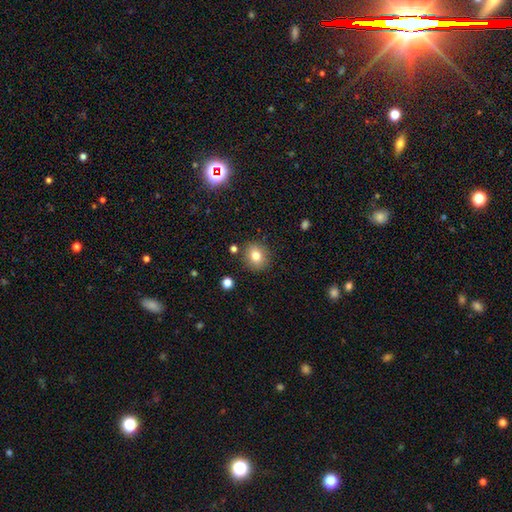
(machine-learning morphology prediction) Smooth or featured?
  - smooth: 79% *
  - star or artifact: 11%
  - featured or disk: 10%
How rounded?
  - round: 73% *
  - in between: 26%
  - cigar-shaped: 1%
Merging?
  - none: 85% *
  - minor disturbance: 9%
  - merger: 3%
  - major disturbance: 3%